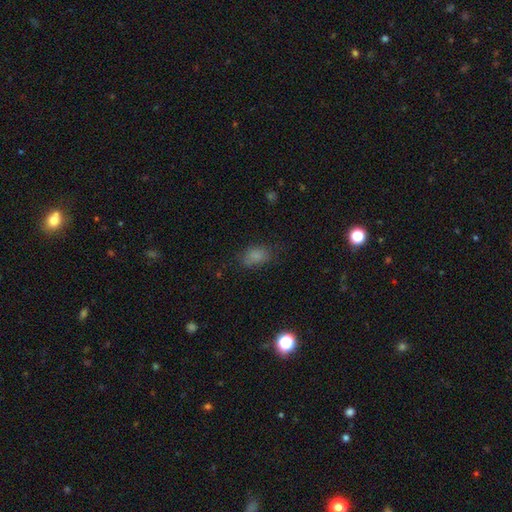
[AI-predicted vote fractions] A smooth galaxy with no disk features (79%) that is in between round and cigar-shaped (82%). Merging: none (66%).